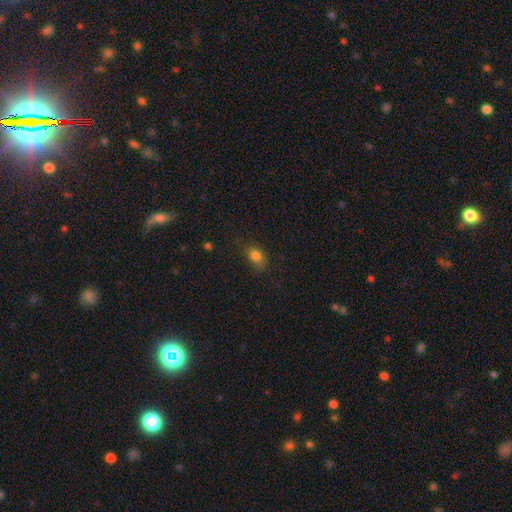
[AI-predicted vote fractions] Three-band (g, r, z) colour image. It shows a smooth galaxy with no disk features (81%) that is in between round and cigar-shaped (74%). Merging: none (69%).